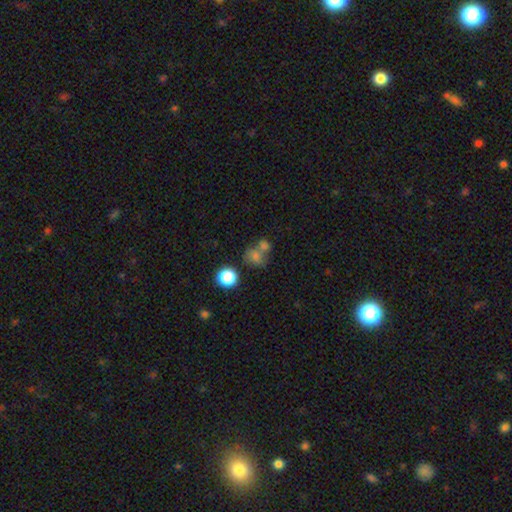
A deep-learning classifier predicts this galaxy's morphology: Smooth or featured? smooth (71%)
How rounded? round (66%)
Merging? merger (45%)